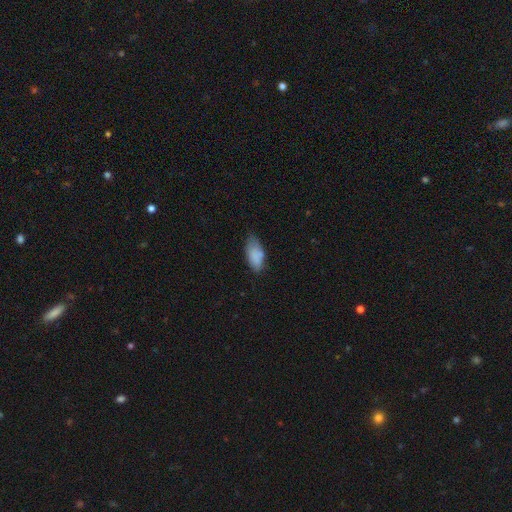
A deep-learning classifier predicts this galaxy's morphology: A smooth galaxy with no disk features (82%) that is in between round and cigar-shaped (90%). Merging: none (58%).